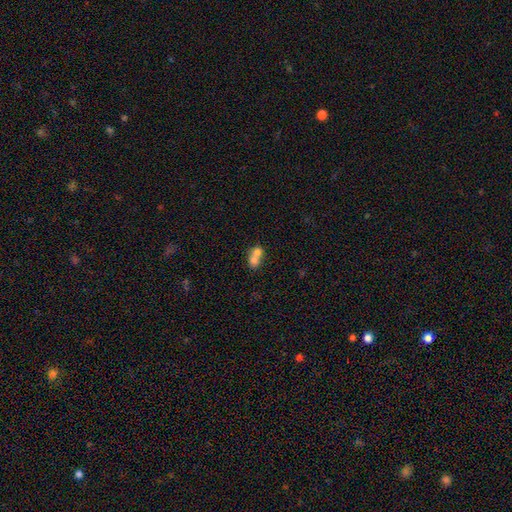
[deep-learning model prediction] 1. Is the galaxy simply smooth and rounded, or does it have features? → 70% smooth, 20% featured or disk, 10% star or artifact.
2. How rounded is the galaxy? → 54% round, 45% in between, 2% cigar-shaped.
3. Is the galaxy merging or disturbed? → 73% merger, 19% none, 5% minor disturbance, 3% major disturbance.